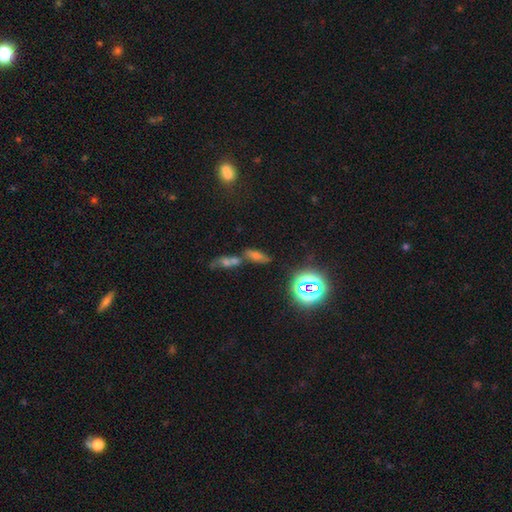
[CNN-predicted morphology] smooth_or_featured: star or artifact (p=0.41) [alt: smooth p=0.39]